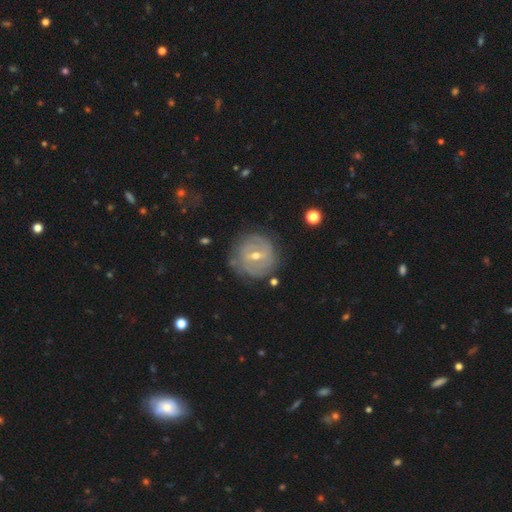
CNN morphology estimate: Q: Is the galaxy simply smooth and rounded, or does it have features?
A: featured or disk — 77%.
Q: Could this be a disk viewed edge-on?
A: no — 95%.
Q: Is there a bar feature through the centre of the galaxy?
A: weak — 51%.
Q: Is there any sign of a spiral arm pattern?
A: yes — 79%.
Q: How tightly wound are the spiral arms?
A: tight — 68%.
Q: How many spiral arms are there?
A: can't tell — 44%.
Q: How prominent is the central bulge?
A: moderate — 52%.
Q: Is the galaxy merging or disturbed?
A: none — 78%.